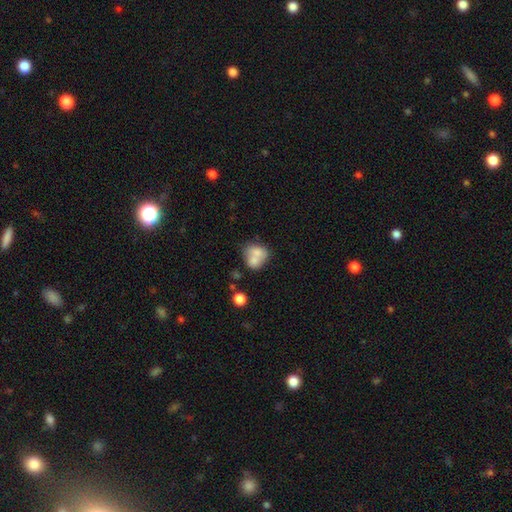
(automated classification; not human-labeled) A smooth galaxy with no disk features (70%) that is round (54%).

Vote fractions:
- Smooth or featured? smooth: 70% / featured or disk: 21% / star or artifact: 9%
- How rounded? round: 54% / in between: 45% / cigar-shaped: 1%
- Merging? merger: 61% / none: 25% / minor disturbance: 9% / major disturbance: 5%